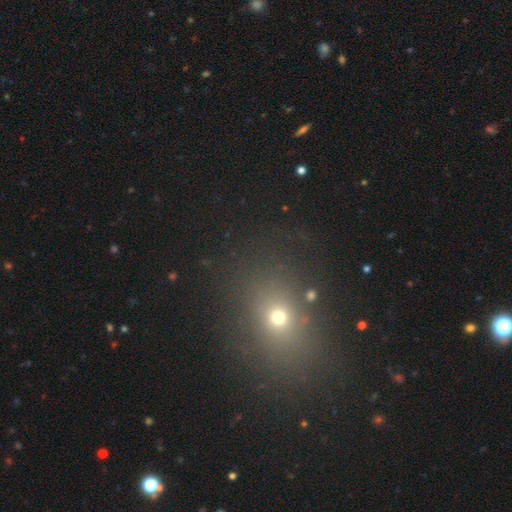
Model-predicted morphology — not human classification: The model was most divided on "how rounded": in between: 51%, round: 47%, cigar-shaped: 2%. More confident: merging — none (86%); smooth or featured — smooth (54%).